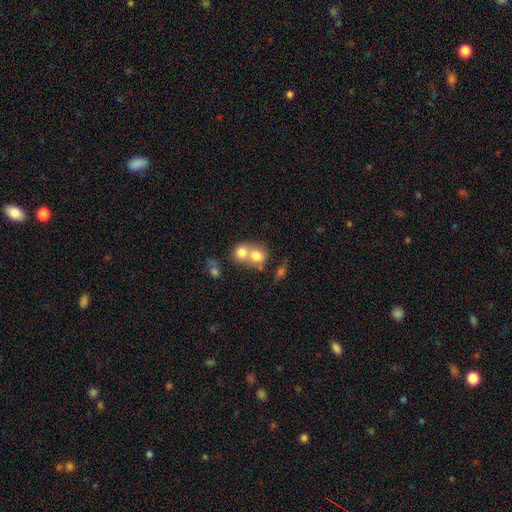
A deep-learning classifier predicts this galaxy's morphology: Smooth or featured? Predicted: smooth (p=0.75). How rounded? Predicted: round (p=0.70). Merging? Predicted: merger (p=0.68).